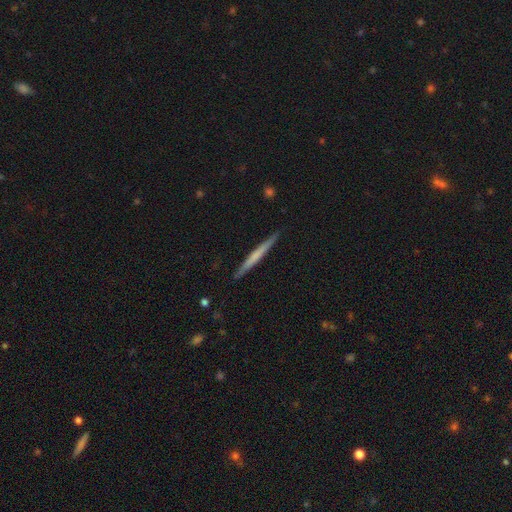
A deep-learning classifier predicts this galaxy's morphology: Overall: smooth (48%; featured or disk 46%). Merging: none (91%).